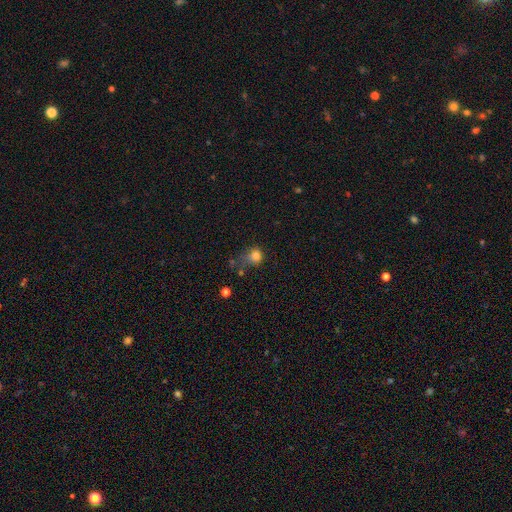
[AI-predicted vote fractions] A smooth galaxy with no disk features (79%) that is round (73%). Merging: none (42%).